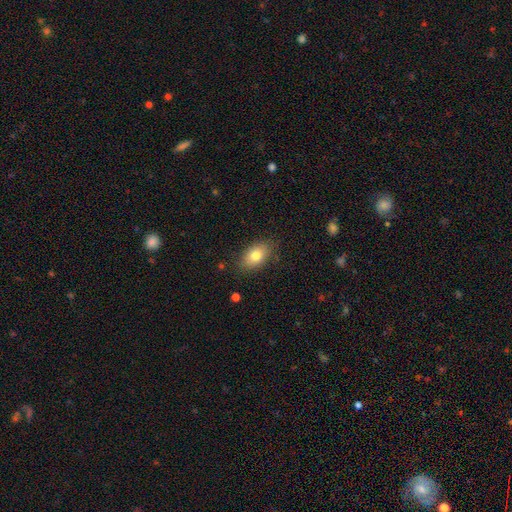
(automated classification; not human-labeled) A smooth galaxy with no disk features (79%) that is in between round and cigar-shaped (88%).

Vote fractions:
- Smooth or featured? smooth: 79% / featured or disk: 13% / star or artifact: 8%
- How rounded? in between: 88% / round: 10% / cigar-shaped: 2%
- Merging? none: 82% / minor disturbance: 13% / major disturbance: 3% / merger: 1%